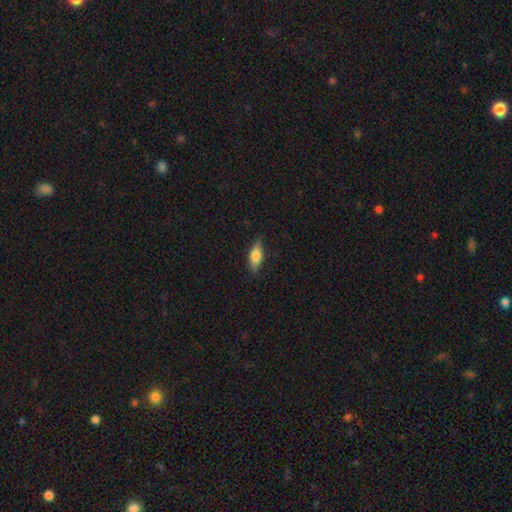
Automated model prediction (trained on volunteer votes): A smooth galaxy with no disk features (76%) that is in between round and cigar-shaped (69%).

Vote fractions:
- Smooth or featured? smooth: 76% / featured or disk: 17% / star or artifact: 7%
- How rounded? in between: 69% / cigar-shaped: 28% / round: 3%
- Merging? none: 84% / minor disturbance: 13% / major disturbance: 2% / merger: 1%